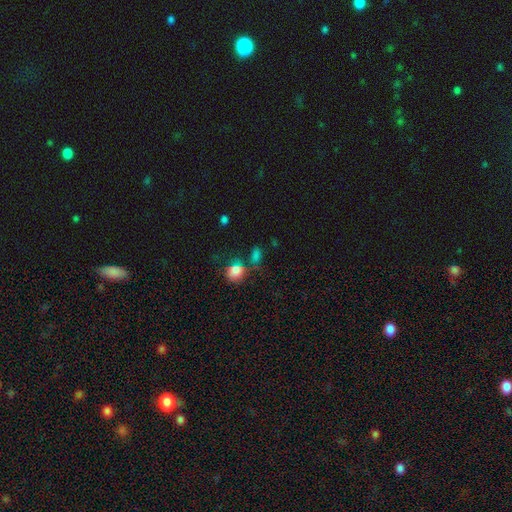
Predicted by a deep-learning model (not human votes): Smooth or featured? Predicted: smooth (p=0.69). How rounded? Predicted: in between (p=0.69). Merging? Predicted: none (p=0.56).